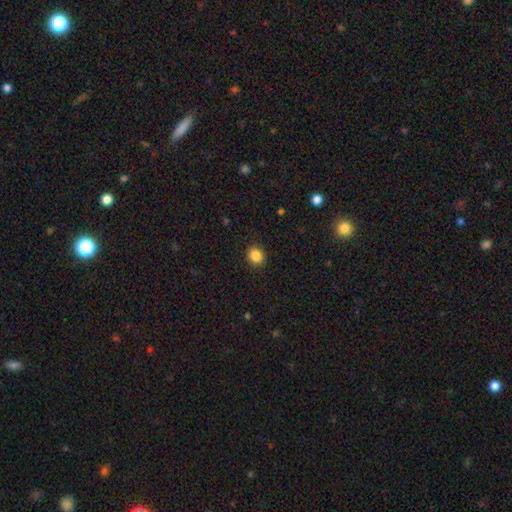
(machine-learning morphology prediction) This is clearly a smooth galaxy (86%). How rounded: likely round (66%). Merging: clearly none (90%).